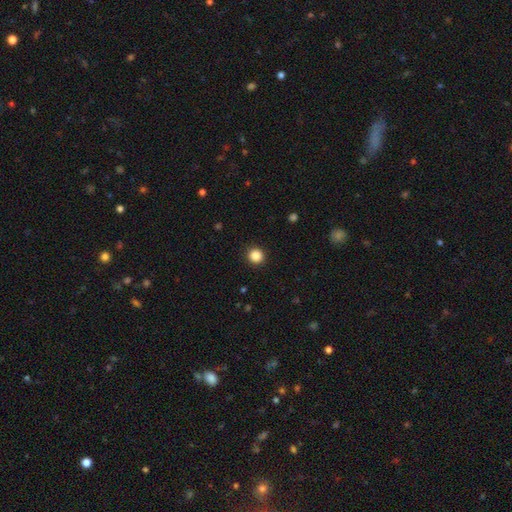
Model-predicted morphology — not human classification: This is clearly a smooth galaxy (87%). How rounded: clearly round (92%). Merging: clearly none (92%).